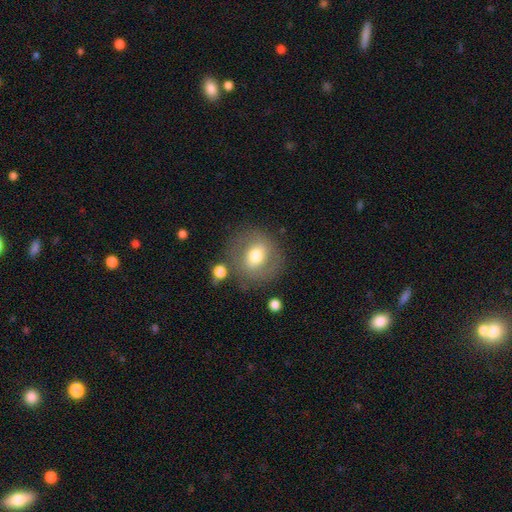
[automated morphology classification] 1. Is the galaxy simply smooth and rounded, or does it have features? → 59% smooth, 32% featured or disk, 9% star or artifact.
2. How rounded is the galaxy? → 80% round, 19% in between, 1% cigar-shaped.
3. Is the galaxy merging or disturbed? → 74% none, 14% minor disturbance, 7% major disturbance, 5% merger.